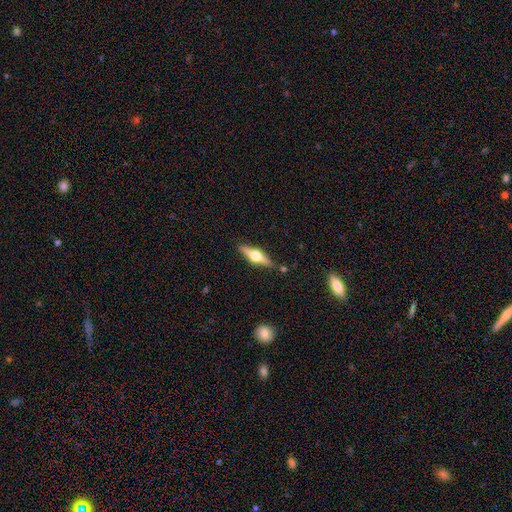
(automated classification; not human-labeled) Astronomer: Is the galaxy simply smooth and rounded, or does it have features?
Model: featured or disk — 70%.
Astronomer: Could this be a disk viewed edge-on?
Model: yes — 96%.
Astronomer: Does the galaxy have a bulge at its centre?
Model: rounded — 95%.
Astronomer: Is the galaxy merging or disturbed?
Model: none — 86%.